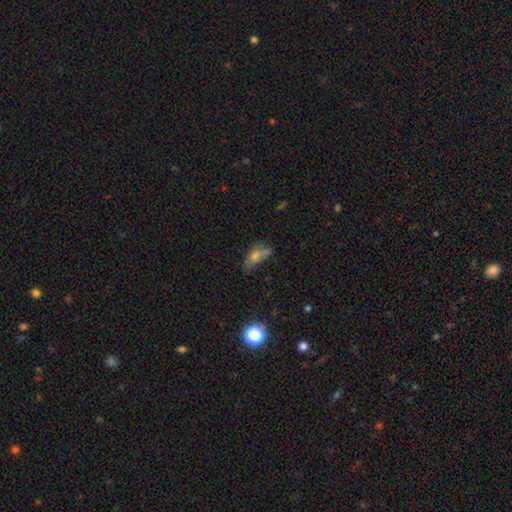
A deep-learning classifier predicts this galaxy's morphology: A smooth galaxy with no disk features (50%). Merging: none (36%).